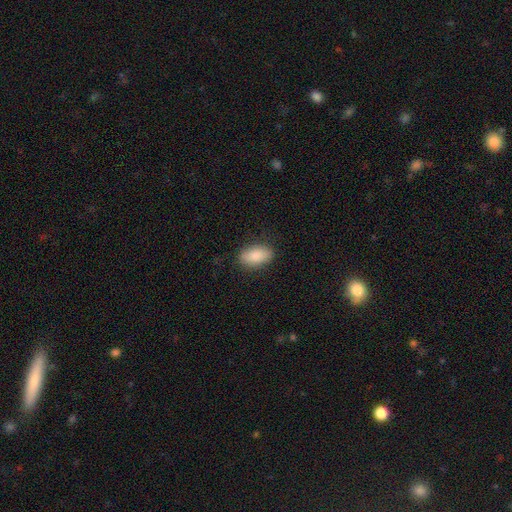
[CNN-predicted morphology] Smooth or featured? smooth (87%)
How rounded? in between (91%)
Merging? none (85%)